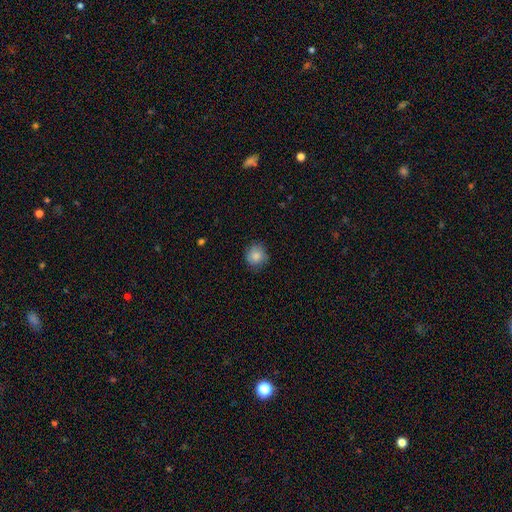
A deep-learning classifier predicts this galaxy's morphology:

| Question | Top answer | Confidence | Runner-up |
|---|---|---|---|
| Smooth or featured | smooth | 83% | star or artifact (8%) |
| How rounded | round | 87% | in between (12%) |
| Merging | none | 81% | minor disturbance (15%) |